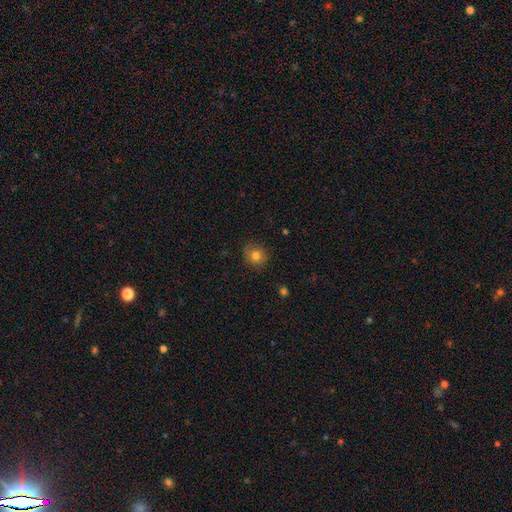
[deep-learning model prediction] This appears to be a smooth galaxy with no disk features (80%) that is round (83%). Merging: none (84%).